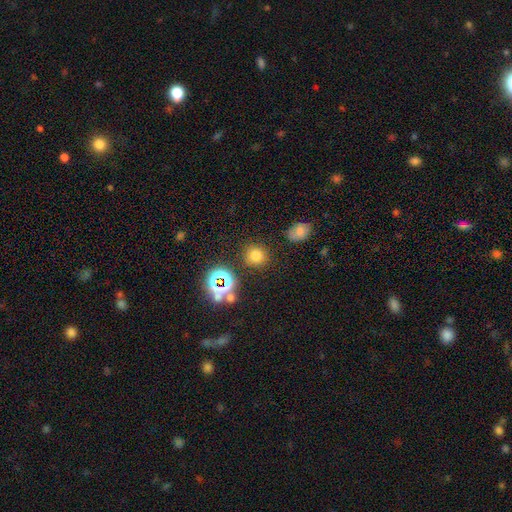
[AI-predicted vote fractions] A smooth galaxy with no disk features (71%) that is round (89%). Merging: none (85%).